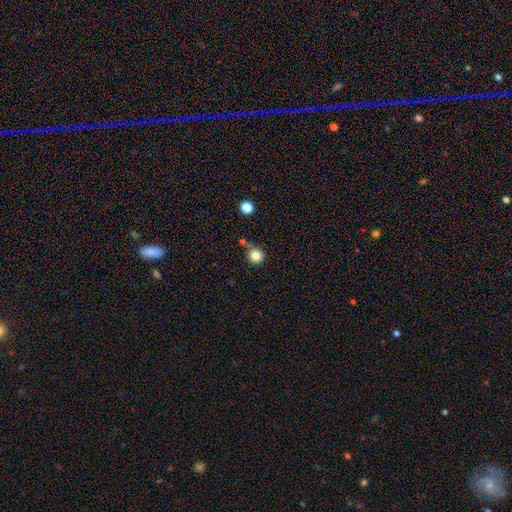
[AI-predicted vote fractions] Smooth or featured?
  - smooth: 83% *
  - star or artifact: 12%
  - featured or disk: 6%
How rounded?
  - round: 94% *
  - in between: 5%
  - cigar-shaped: 1%
Merging?
  - none: 74% *
  - minor disturbance: 12%
  - merger: 11%
  - major disturbance: 3%